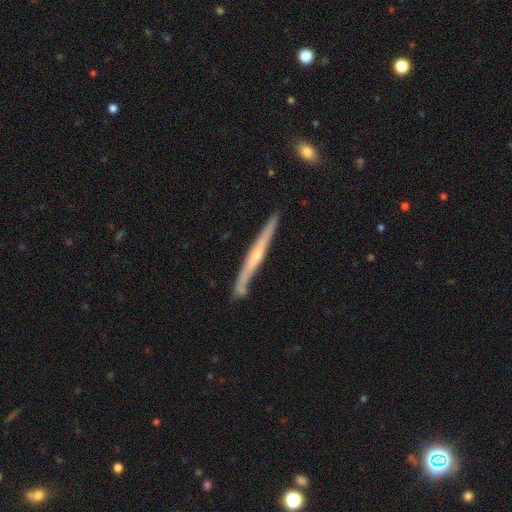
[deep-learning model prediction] featured or disk 67%, smooth 28%, star or artifact 5%. Down the decision tree: edge-on disk — yes (96%); edge-on bulge — rounded (57%); merging — none (83%).